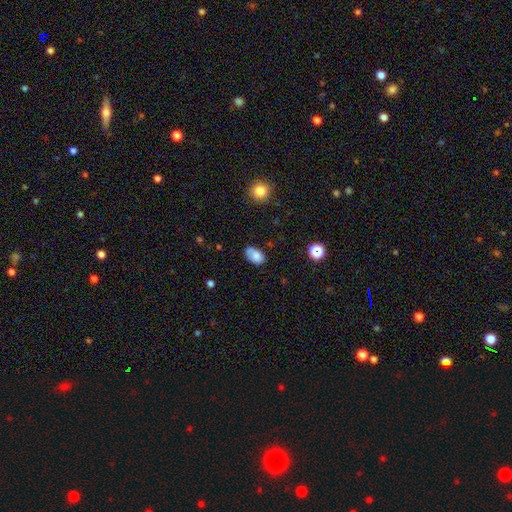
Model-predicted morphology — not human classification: A smooth galaxy with no disk features (78%) that is in between round and cigar-shaped (89%).

Vote fractions:
- Smooth or featured? smooth: 78% / featured or disk: 12% / star or artifact: 9%
- How rounded? in between: 89% / round: 10% / cigar-shaped: 1%
- Merging? none: 59% / minor disturbance: 28% / major disturbance: 8% / merger: 5%